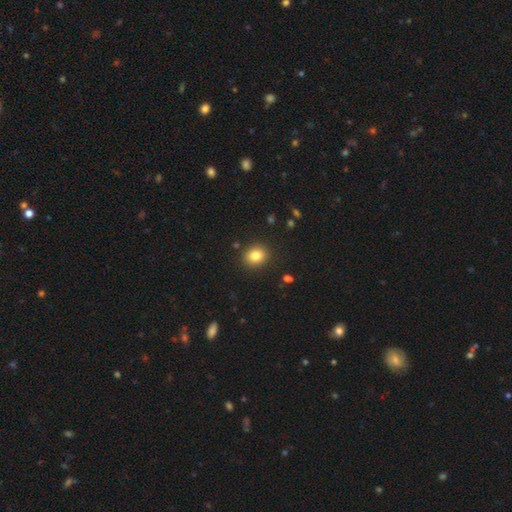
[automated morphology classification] The model was most divided on "how rounded": round: 65%, in between: 34%, cigar-shaped: 1%. More confident: merging — none (89%); smooth or featured — smooth (83%).